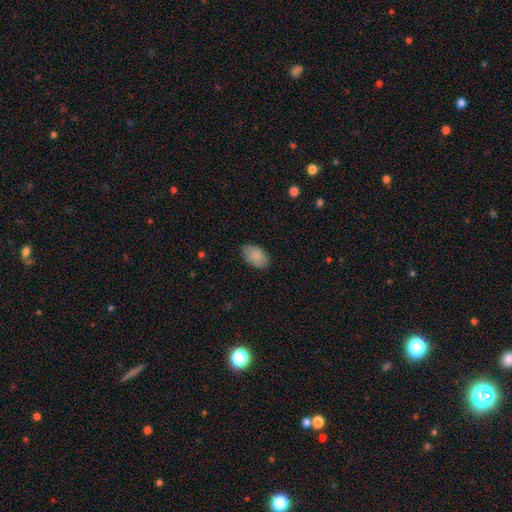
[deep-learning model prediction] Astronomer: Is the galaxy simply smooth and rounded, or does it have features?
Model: smooth — 86%.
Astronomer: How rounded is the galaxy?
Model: in between — 92%.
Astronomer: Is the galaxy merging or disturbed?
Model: none — 80%.